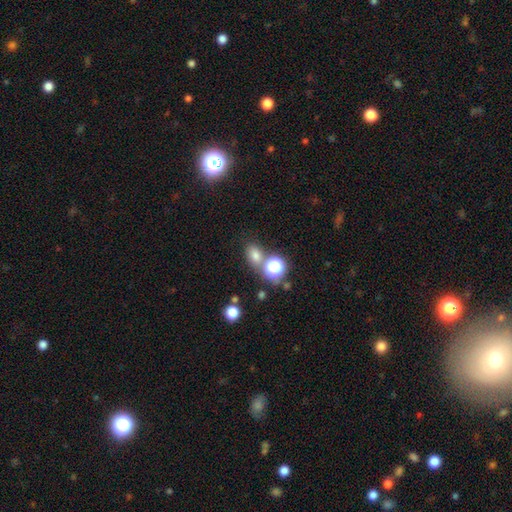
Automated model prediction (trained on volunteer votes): smooth_or_featured: smooth (p=0.69) [alt: star or artifact p=0.23]
how_rounded: in between (p=0.57) [alt: round p=0.41]
merging: none (p=0.66) [alt: merger p=0.19]